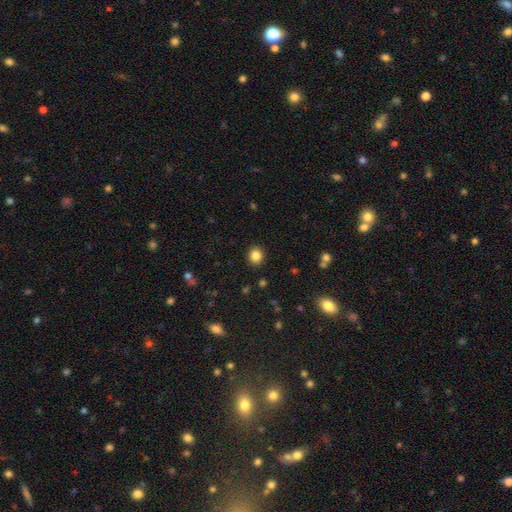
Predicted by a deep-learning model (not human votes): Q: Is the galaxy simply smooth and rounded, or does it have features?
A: smooth — 84%.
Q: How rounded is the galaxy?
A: round — 74%.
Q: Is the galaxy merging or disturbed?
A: none — 91%.